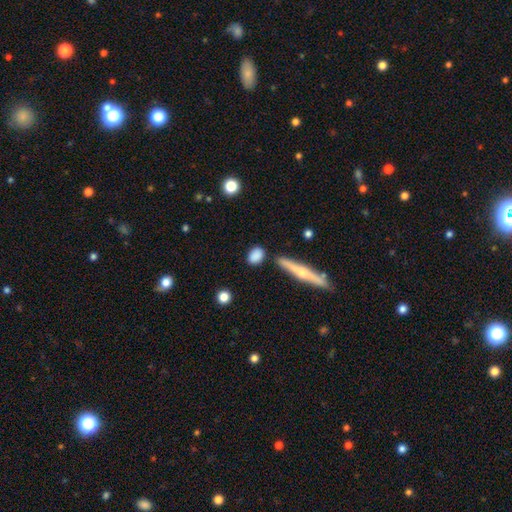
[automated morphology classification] smooth 85%, featured or disk 8%, star or artifact 7%. Down the decision tree: how rounded — in between (69%); merging — none (79%).